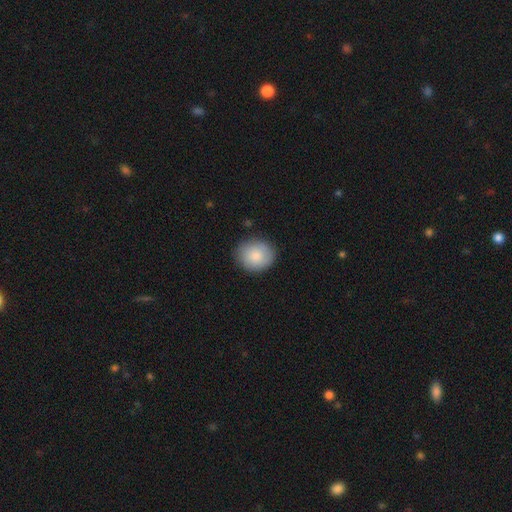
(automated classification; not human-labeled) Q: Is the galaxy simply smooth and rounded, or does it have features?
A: smooth — 85%.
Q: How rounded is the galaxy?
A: round — 68%.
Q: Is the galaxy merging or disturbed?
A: none — 85%.